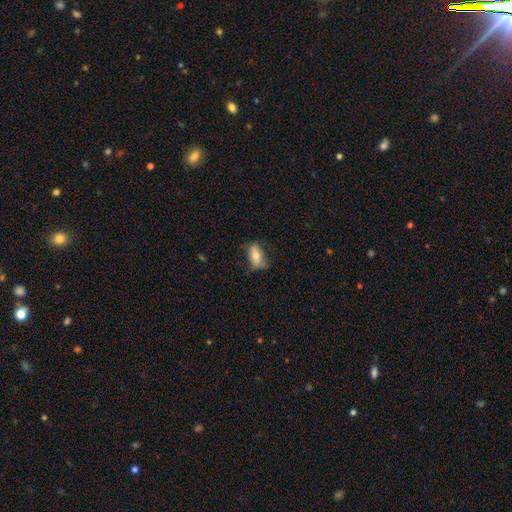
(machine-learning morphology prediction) A smooth galaxy with no disk features (67%) that is in between round and cigar-shaped (87%). Merging: none (63%).